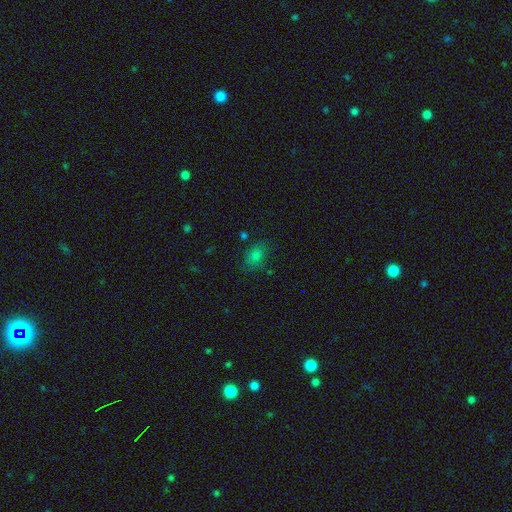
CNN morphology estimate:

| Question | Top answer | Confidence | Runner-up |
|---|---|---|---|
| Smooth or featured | smooth | 72% | star or artifact (19%) |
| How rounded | in between | 73% | round (25%) |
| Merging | none | 78% | minor disturbance (15%) |